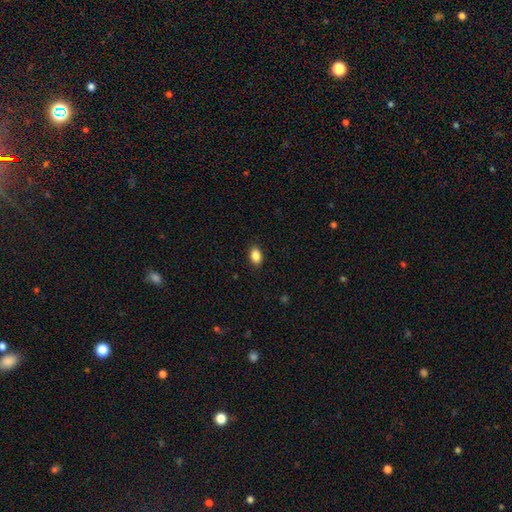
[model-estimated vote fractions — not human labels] A smooth galaxy with no disk features (87%) that is in between round and cigar-shaped (82%). Merging: none (89%).